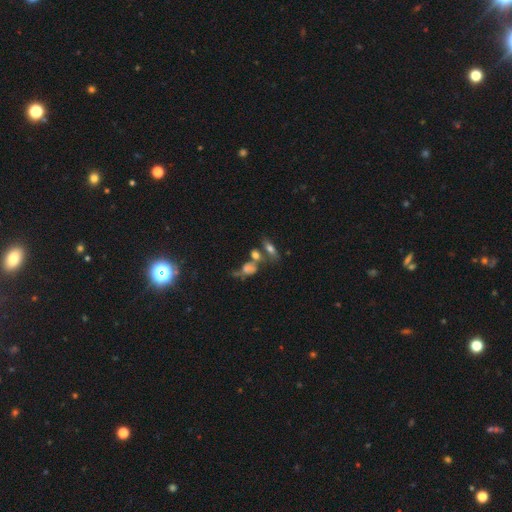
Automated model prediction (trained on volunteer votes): Smooth or featured? Predicted: smooth (p=0.58). How rounded? Predicted: in between (p=0.69). Merging? Predicted: none (p=0.38).